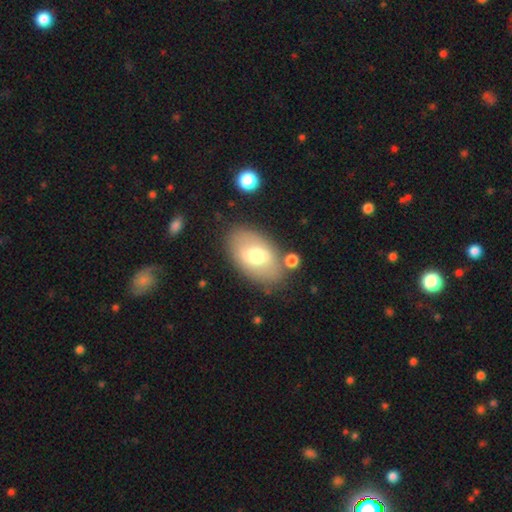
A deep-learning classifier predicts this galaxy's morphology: Smooth or featured? Predicted: smooth (p=0.55). How rounded? Predicted: in between (p=0.90). Merging? Predicted: none (p=0.77).